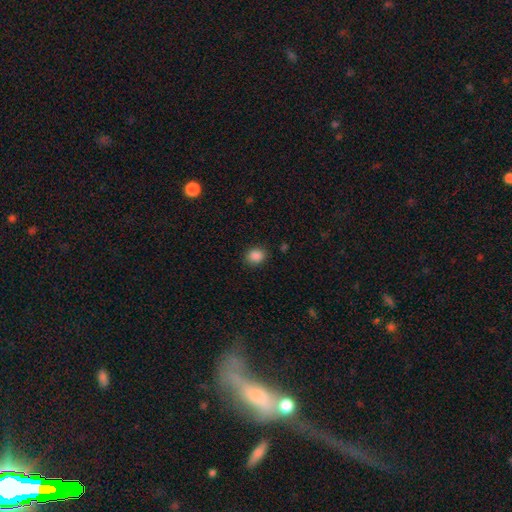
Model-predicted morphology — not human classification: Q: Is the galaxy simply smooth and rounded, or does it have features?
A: smooth — 87%.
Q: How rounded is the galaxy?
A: round — 57%.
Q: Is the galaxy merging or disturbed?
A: none — 88%.